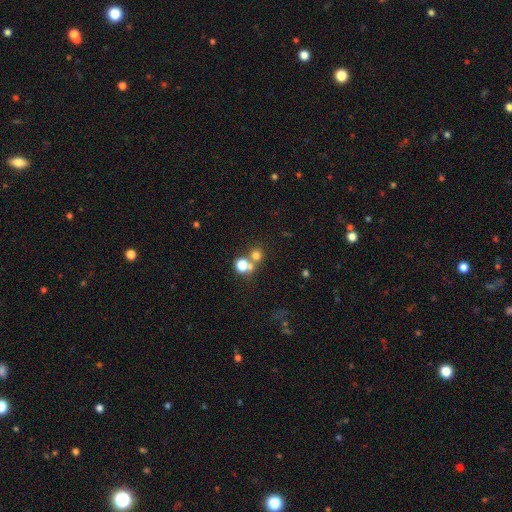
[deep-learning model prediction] The model was most divided on "merging": none: 56%, merger: 34%, minor disturbance: 6%, major disturbance: 4%. More confident: how rounded — round (86%); smooth or featured — smooth (61%).